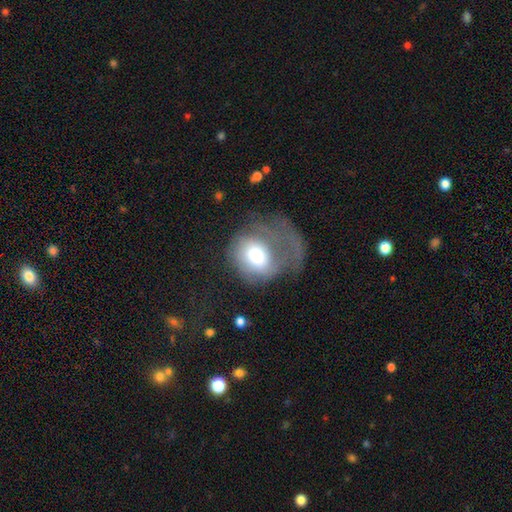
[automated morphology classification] smooth_or_featured: smooth (p=0.56) [alt: featured or disk p=0.36]
how_rounded: round (p=0.67) [alt: in between p=0.32]
merging: major disturbance (p=0.60) [alt: none p=0.20]